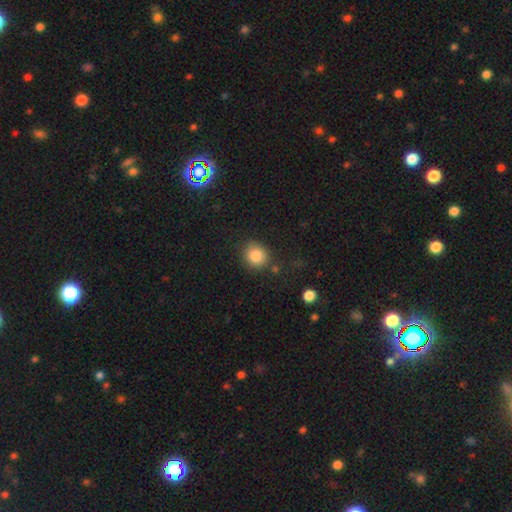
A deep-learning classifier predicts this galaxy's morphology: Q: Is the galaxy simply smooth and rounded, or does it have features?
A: smooth — 85%.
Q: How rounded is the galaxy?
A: round — 82%.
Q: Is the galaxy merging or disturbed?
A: none — 82%.